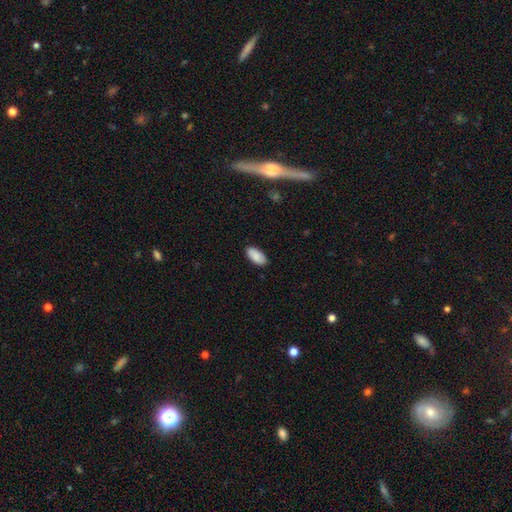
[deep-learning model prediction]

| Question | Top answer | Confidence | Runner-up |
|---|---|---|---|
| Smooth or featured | smooth | 88% | star or artifact (7%) |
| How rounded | in between | 94% | cigar-shaped (4%) |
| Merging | none | 88% | minor disturbance (9%) |